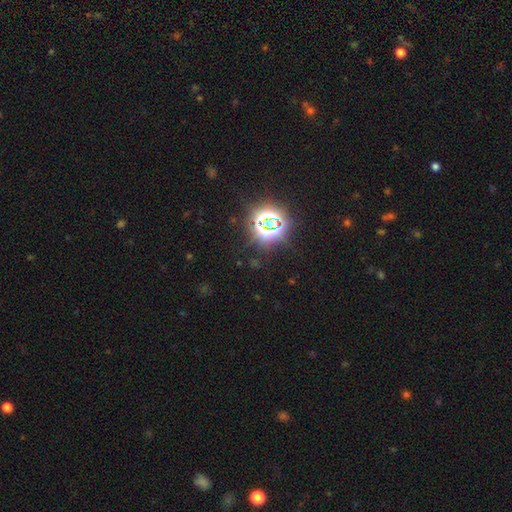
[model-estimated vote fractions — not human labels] The model was most divided on "smooth or featured": star or artifact: 81%, smooth: 12%, featured or disk: 6%.